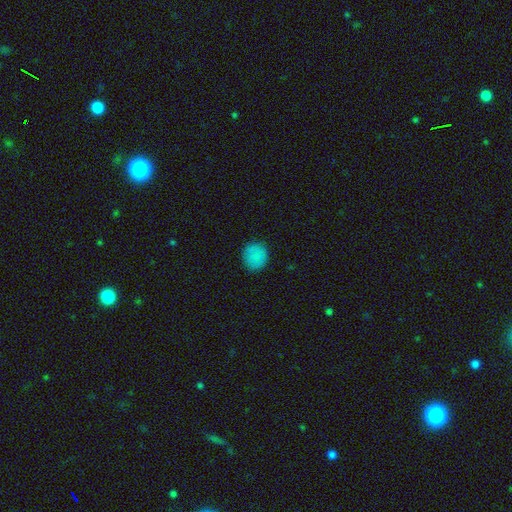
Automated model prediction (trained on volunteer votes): Smooth or featured?
  - smooth: 84% *
  - star or artifact: 11%
  - featured or disk: 4%
How rounded?
  - round: 81% *
  - in between: 18%
  - cigar-shaped: 1%
Merging?
  - none: 86% *
  - minor disturbance: 10%
  - major disturbance: 2%
  - merger: 1%